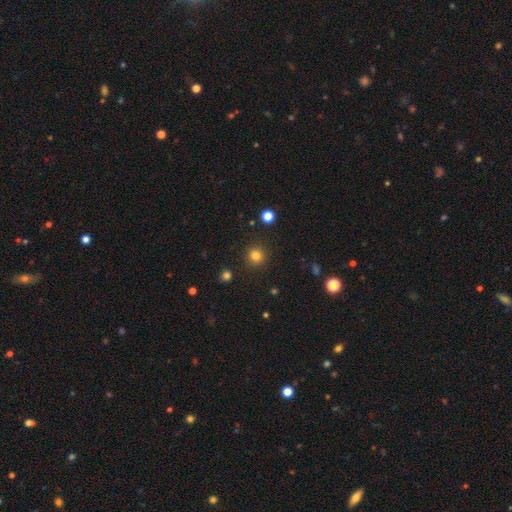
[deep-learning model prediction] This appears to be a smooth galaxy with no disk features (80%) that is round (93%). Merging: none (90%).